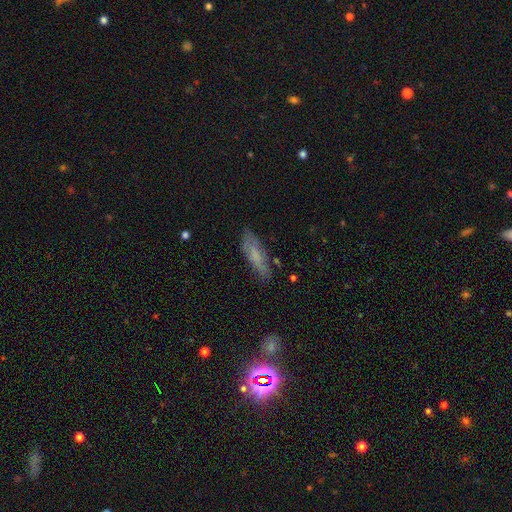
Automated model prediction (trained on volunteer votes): smooth 61%, featured or disk 31%, star or artifact 8%. Down the decision tree: how rounded — cigar-shaped (52%); merging — none (68%).